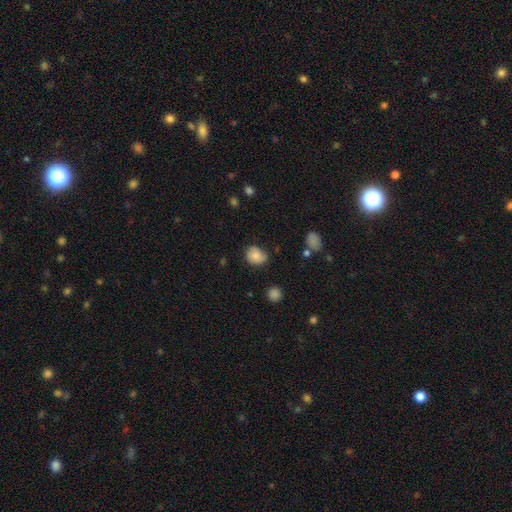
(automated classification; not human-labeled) A smooth galaxy with no disk features (74%) that is round (68%).

Vote fractions:
- Smooth or featured? smooth: 74% / featured or disk: 17% / star or artifact: 9%
- How rounded? round: 68% / in between: 31% / cigar-shaped: 1%
- Merging? none: 64% / minor disturbance: 28% / major disturbance: 7% / merger: 2%